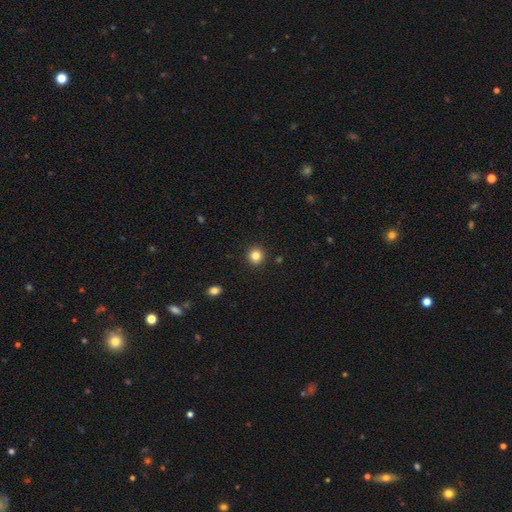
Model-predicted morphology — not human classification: smooth_or_featured: smooth (p=0.83) [alt: star or artifact p=0.11]
how_rounded: round (p=0.92) [alt: in between p=0.07]
merging: none (p=0.92) [alt: minor disturbance p=0.05]